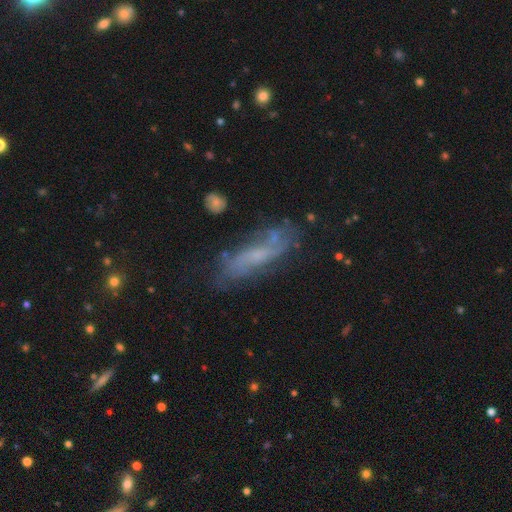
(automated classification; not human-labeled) This is possibly a featured or disk galaxy (57%). It is likely not viewed edge-on (71%). Merging: likely none (63%).